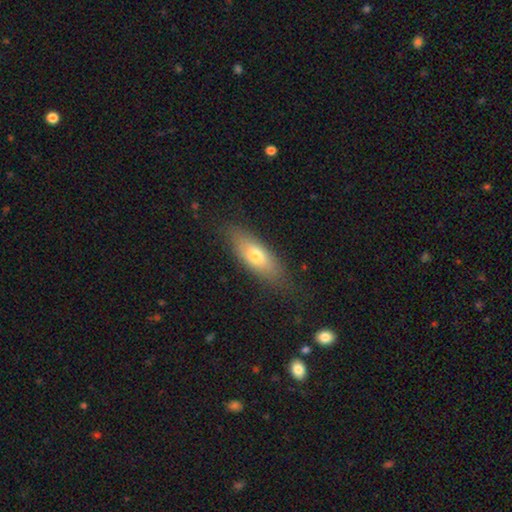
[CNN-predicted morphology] Smooth or featured?
  - smooth: 68% *
  - featured or disk: 25%
  - star or artifact: 7%
How rounded?
  - in between: 68% *
  - cigar-shaped: 29%
  - round: 3%
Merging?
  - none: 80% *
  - minor disturbance: 15%
  - major disturbance: 4%
  - merger: 1%